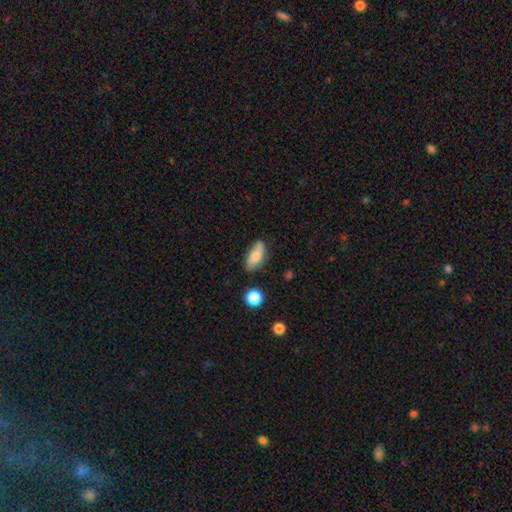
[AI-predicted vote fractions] This appears to be a smooth galaxy with no disk features (72%) that is in between round and cigar-shaped (83%). Merging: none (70%).